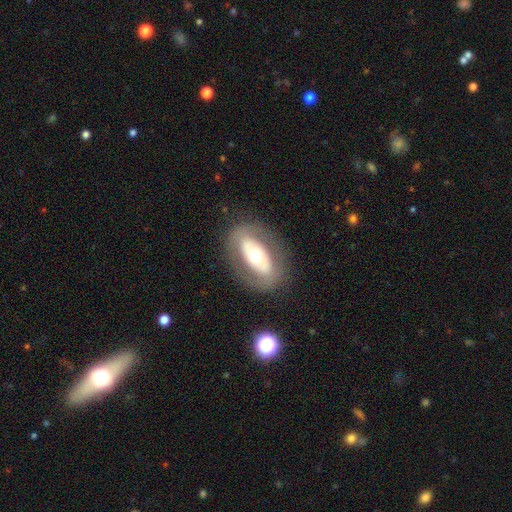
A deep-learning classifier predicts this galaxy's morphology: A featured or disk galaxy (55%). Merging: none (80%).